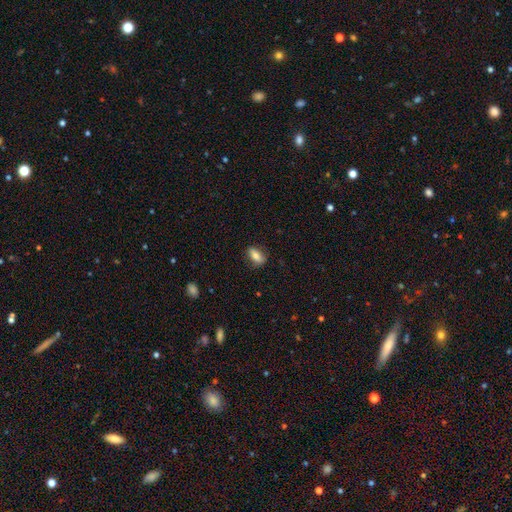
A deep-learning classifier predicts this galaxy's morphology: A smooth galaxy with no disk features (74%) that is in between round and cigar-shaped (80%).

Vote fractions:
- Smooth or featured? smooth: 74% / featured or disk: 18% / star or artifact: 8%
- How rounded? in between: 80% / cigar-shaped: 14% / round: 7%
- Merging? none: 80% / minor disturbance: 15% / major disturbance: 3% / merger: 1%